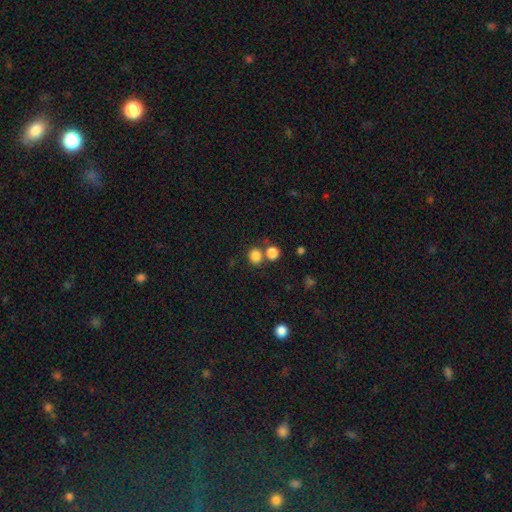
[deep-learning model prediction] Morphology: type=smooth (83%); roundness=round (80%); merging=none (62%).